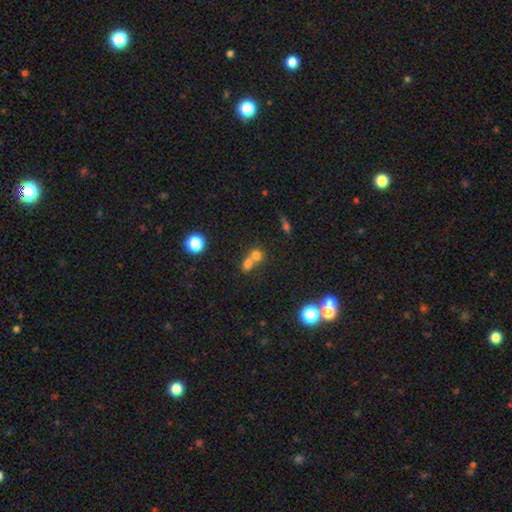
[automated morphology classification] Smooth or featured? Predicted: smooth (p=0.71). How rounded? Predicted: round (p=0.68). Merging? Predicted: merger (p=0.64).